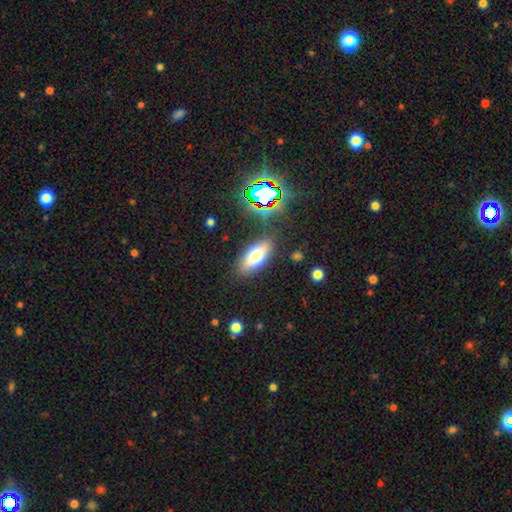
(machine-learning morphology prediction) A smooth galaxy with no disk features (69%) that is in between round and cigar-shaped (79%).

Vote fractions:
- Smooth or featured? smooth: 69% / featured or disk: 19% / star or artifact: 11%
- How rounded? in between: 79% / cigar-shaped: 17% / round: 4%
- Merging? none: 84% / minor disturbance: 10% / major disturbance: 3% / merger: 2%